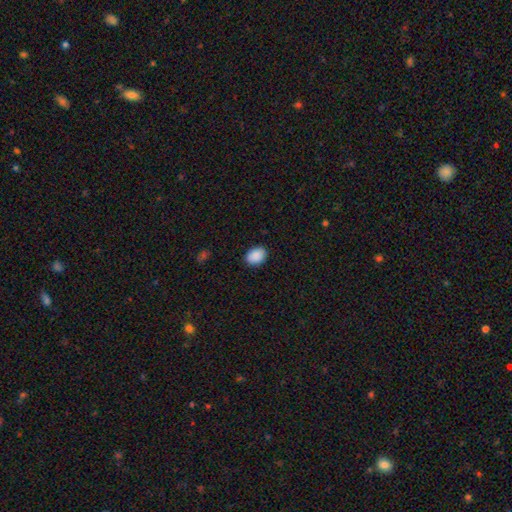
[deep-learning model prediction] Overall: smooth (90%). How rounded: in between (75%). Merging: none (88%).